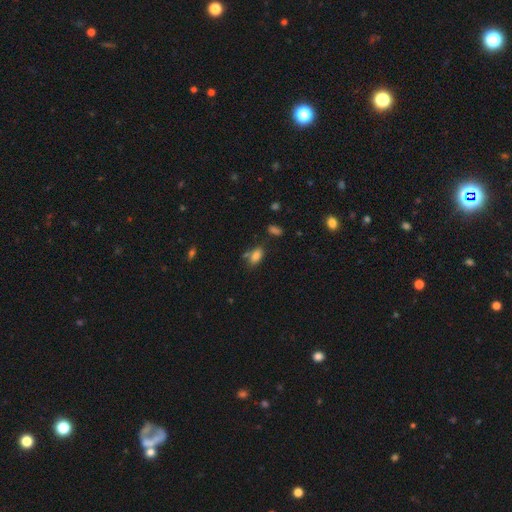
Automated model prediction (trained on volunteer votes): This is clearly a smooth galaxy (82%). How rounded: clearly in between (89%). Merging: likely none (67%).